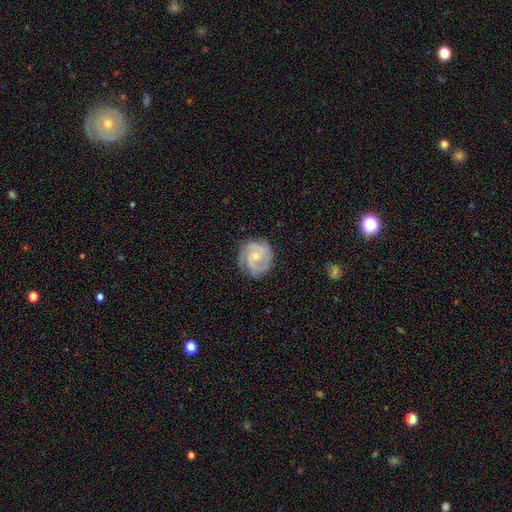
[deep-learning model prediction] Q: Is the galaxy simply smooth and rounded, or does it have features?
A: featured or disk — 80%.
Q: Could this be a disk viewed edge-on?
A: no — 98%.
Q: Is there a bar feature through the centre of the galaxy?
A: no — 66%.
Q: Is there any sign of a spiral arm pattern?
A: yes — 94%.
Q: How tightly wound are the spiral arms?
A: tight — 54%.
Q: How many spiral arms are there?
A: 2 — 51%.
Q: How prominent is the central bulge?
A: small — 56%.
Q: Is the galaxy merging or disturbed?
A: none — 74%.